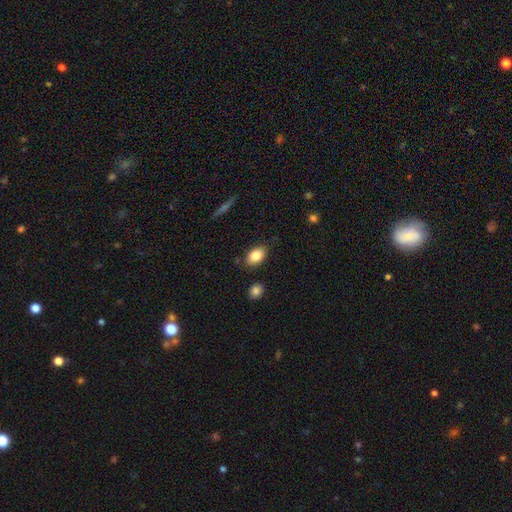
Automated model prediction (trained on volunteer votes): Morphology: type=smooth (84%); roundness=in between (89%); merging=none (83%).